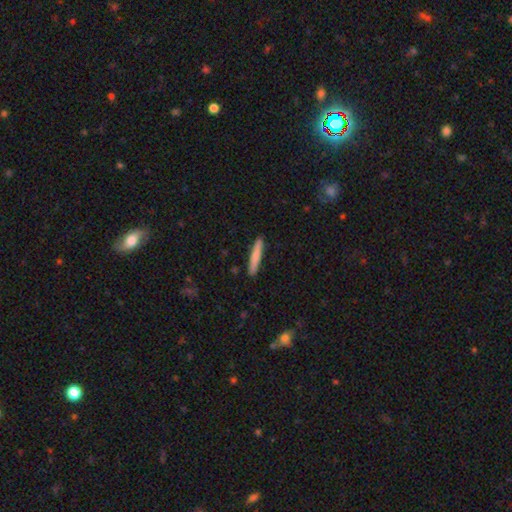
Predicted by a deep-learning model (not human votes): Overall: smooth (77%). How rounded: cigar-shaped (94%). Merging: none (91%).